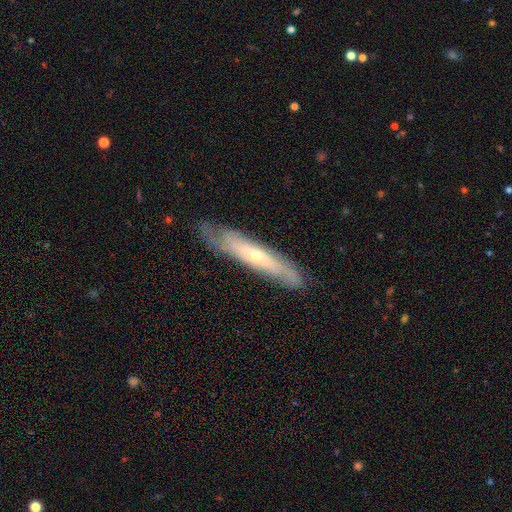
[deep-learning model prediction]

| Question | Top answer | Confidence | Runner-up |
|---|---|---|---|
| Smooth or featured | featured or disk | 70% | smooth (24%) |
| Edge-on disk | yes | 52% | no (48%) |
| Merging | none | 78% | minor disturbance (17%) |